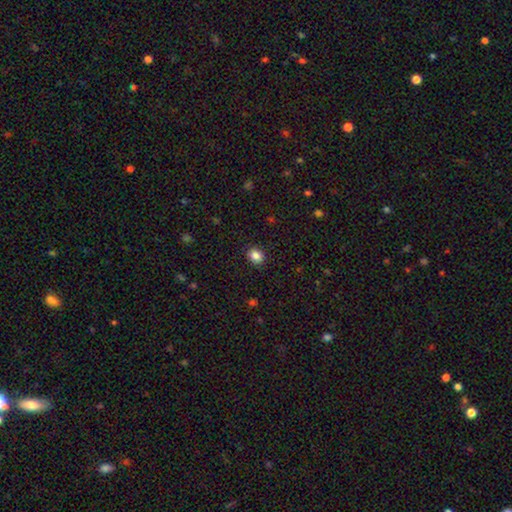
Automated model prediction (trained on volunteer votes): smooth_or_featured: smooth (p=0.85) [alt: star or artifact p=0.10]
how_rounded: round (p=0.56) [alt: in between p=0.43]
merging: none (p=0.89) [alt: minor disturbance p=0.08]